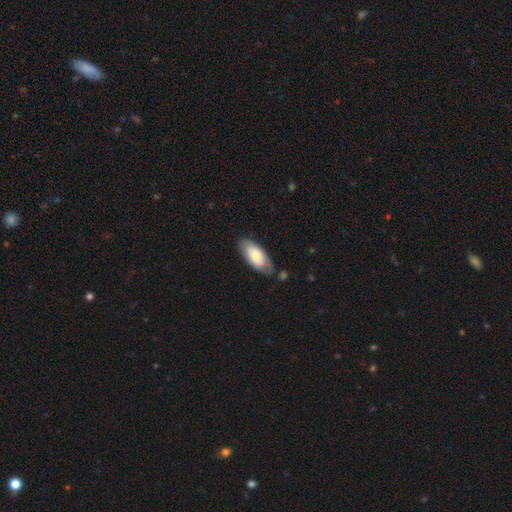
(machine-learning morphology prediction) The model was most divided on "smooth or featured": smooth: 65%, featured or disk: 29%, star or artifact: 6%. More confident: how rounded — in between (88%); merging — none (70%).